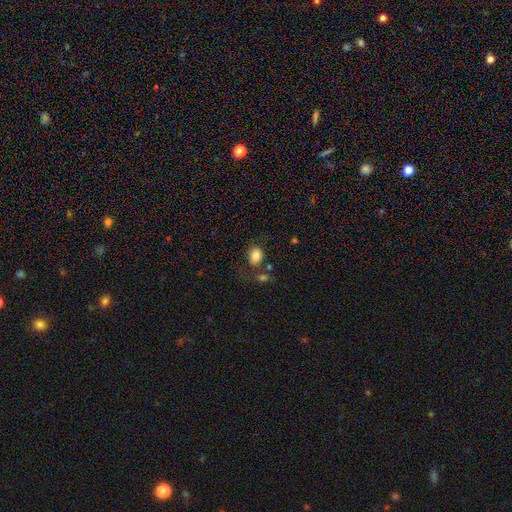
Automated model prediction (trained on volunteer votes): This is clearly a smooth galaxy (83%). How rounded: likely in between (62%). Merging: likely none (67%).